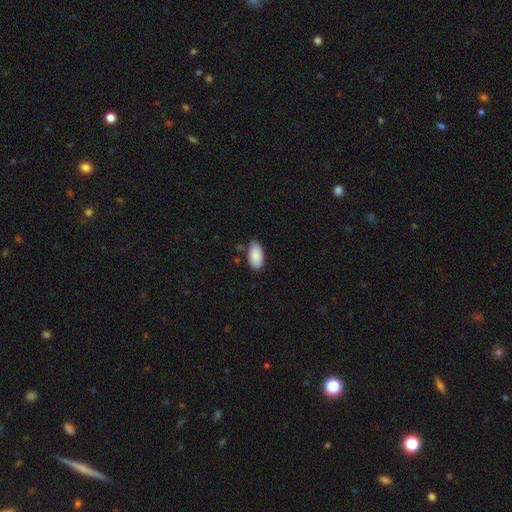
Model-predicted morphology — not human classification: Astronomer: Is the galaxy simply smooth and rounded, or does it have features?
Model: smooth — 89%.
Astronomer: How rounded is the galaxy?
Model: in between — 95%.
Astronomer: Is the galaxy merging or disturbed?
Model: none — 75%.